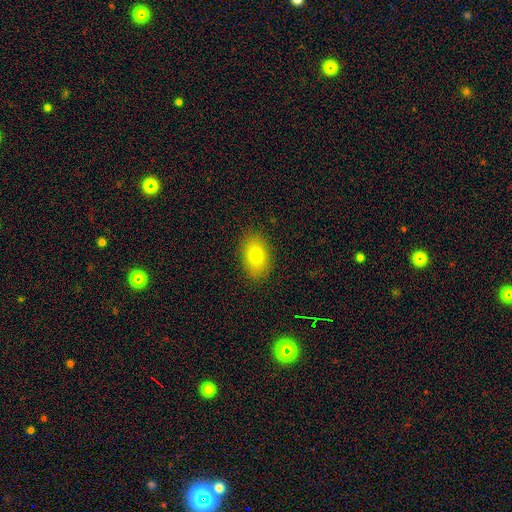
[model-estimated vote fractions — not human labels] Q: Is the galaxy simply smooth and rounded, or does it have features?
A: smooth — 79%.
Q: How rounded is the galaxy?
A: in between — 88%.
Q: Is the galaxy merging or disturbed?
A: none — 87%.